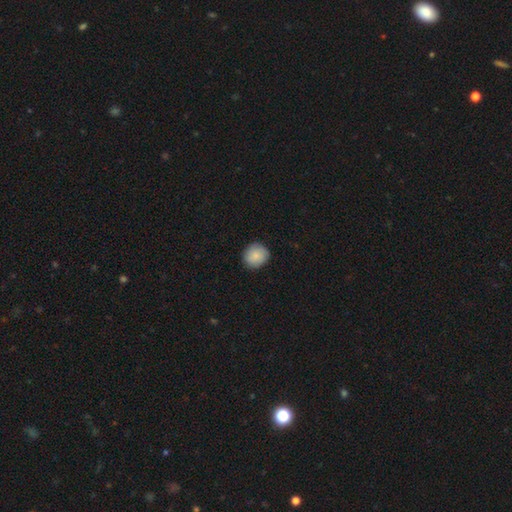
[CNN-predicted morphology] smooth_or_featured: smooth (p=0.88) [alt: star or artifact p=0.07]
how_rounded: round (p=0.84) [alt: in between p=0.15]
merging: none (p=0.88) [alt: minor disturbance p=0.09]